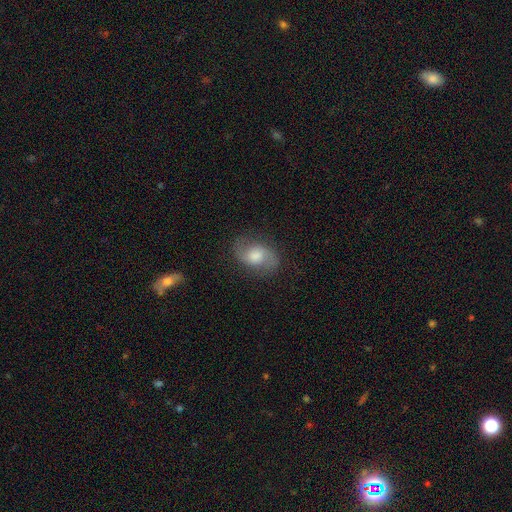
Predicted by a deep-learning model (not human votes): A featured or disk galaxy (65%) with no bar (57%), 2 (91%) medium (44%) spiral arms (92%) and a moderate central bulge (47%).

Vote fractions:
- Smooth or featured? featured or disk: 65% / smooth: 26% / star or artifact: 9%
- Edge-on disk? no: 97% / yes: 3%
- Bar? no: 57% / weak: 36% / strong: 6%
- Spiral arms? yes: 92% / no: 8%
- Spiral winding? medium: 44% / loose: 43% / tight: 13%
- Spiral arm count? 2: 91% / can't tell: 4% / 1: 2% / 3: 1% / 4: 1% / more than 4: 1%
- Bulge size? moderate: 47% / large: 29% / small: 15% / none: 6% / dominant: 3%
- Merging? none: 77% / minor disturbance: 15% / major disturbance: 6% / merger: 1%